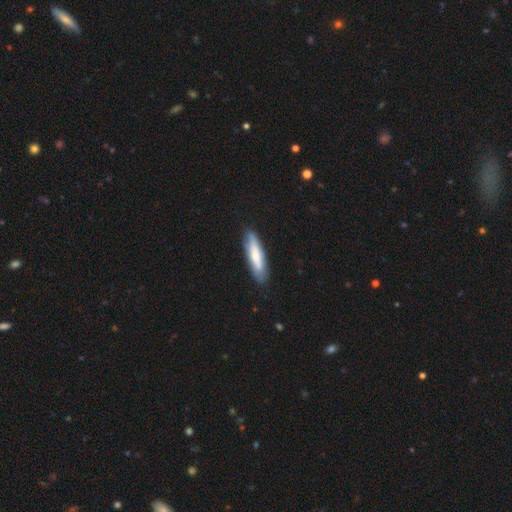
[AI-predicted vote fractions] This is likely a smooth galaxy (66%). How rounded: likely cigar-shaped (73%). Merging: clearly none (84%).